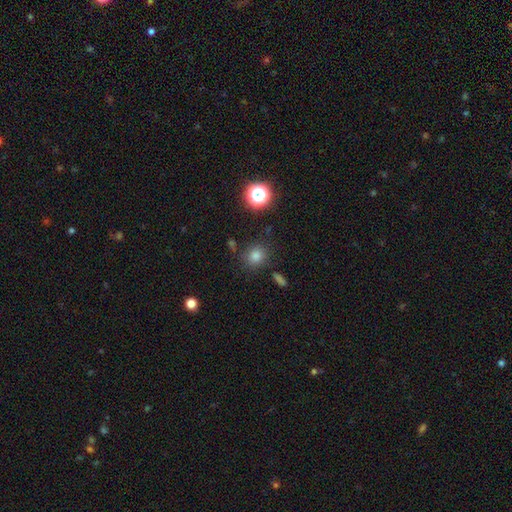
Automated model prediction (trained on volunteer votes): This appears to be a smooth galaxy with no disk features (76%) that is round (82%). Merging: none (83%).